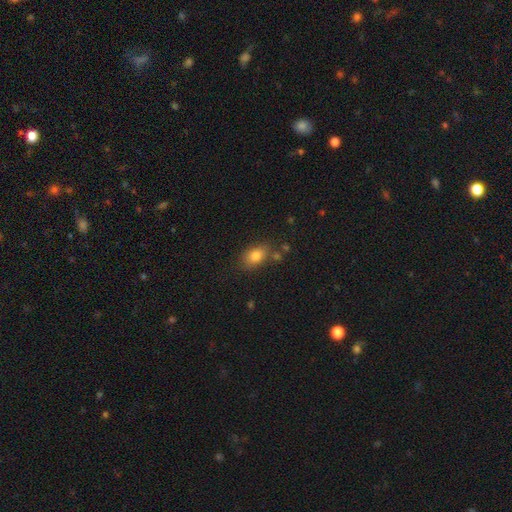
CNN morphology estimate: smooth_or_featured: smooth (p=0.82) [alt: star or artifact p=0.10]
how_rounded: in between (p=0.80) [alt: round p=0.18]
merging: none (p=0.71) [alt: minor disturbance p=0.17]